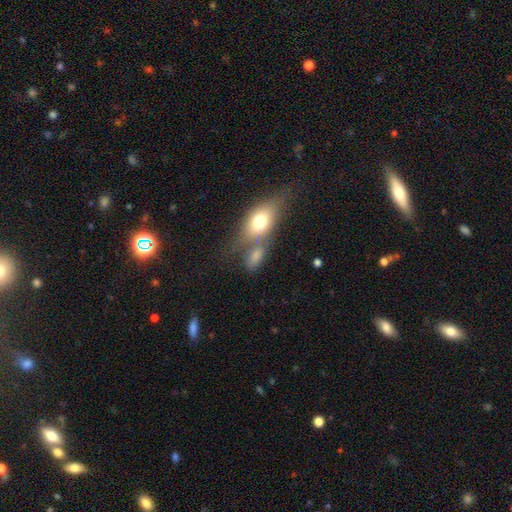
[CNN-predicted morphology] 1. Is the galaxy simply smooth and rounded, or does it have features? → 73% smooth, 17% featured or disk, 10% star or artifact.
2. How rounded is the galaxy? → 79% in between, 13% round, 8% cigar-shaped.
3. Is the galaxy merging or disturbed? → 41% merger, 37% none, 13% minor disturbance, 9% major disturbance.